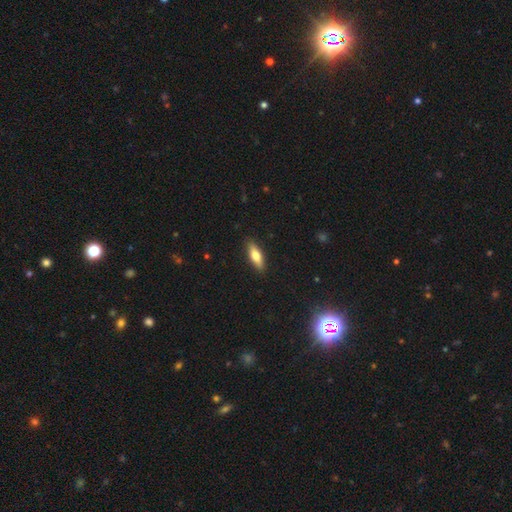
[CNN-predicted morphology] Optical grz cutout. It shows a smooth galaxy with no disk features (68%) that is in between round and cigar-shaped (52%). Merging: none (89%).